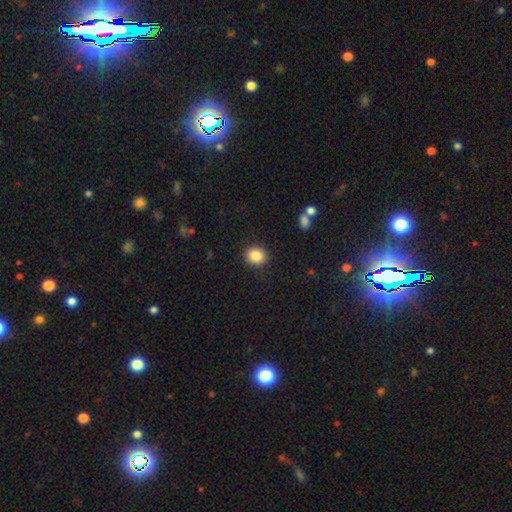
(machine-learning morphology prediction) Overall: smooth (86%). How rounded: round (79%). Merging: none (91%).